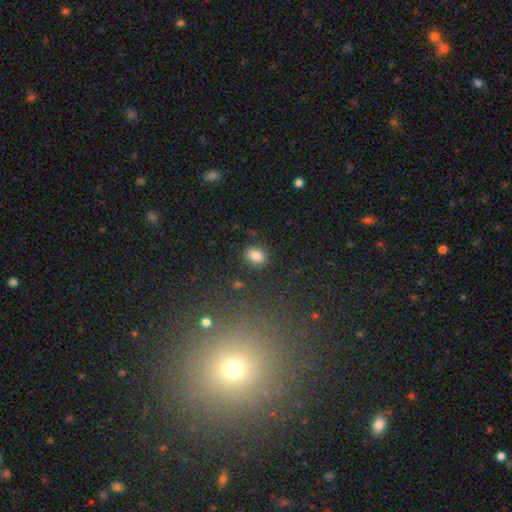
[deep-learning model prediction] Smooth or featured? smooth (84%)
How rounded? in between (54%)
Merging? none (86%)